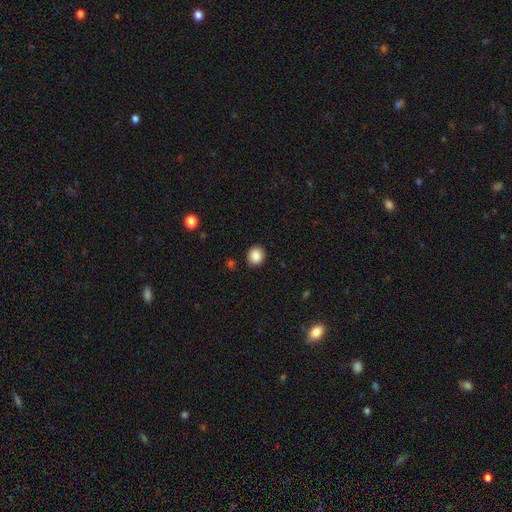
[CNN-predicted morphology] type=smooth (88%); roundness=round (78%); merging=none (90%).